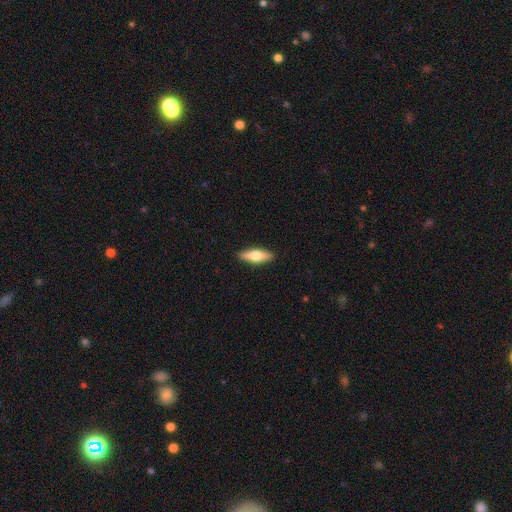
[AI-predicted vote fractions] This is possibly a smooth galaxy (55%). How rounded: possibly in between (52%). Merging: clearly none (90%).